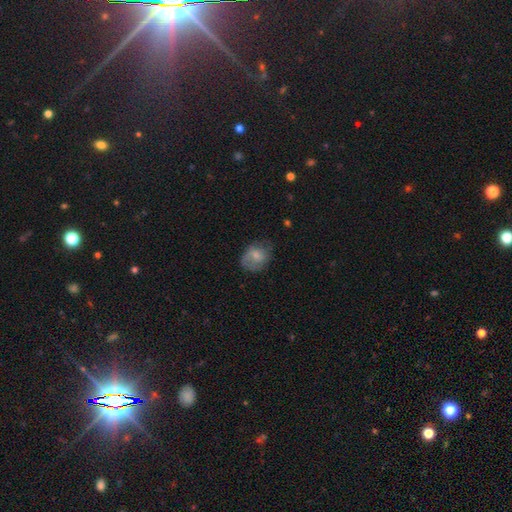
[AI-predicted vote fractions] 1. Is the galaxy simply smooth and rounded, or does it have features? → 61% smooth, 32% featured or disk, 8% star or artifact.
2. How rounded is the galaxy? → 50% in between, 49% round, 1% cigar-shaped.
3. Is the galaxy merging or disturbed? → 56% none, 28% minor disturbance, 15% major disturbance, 1% merger.